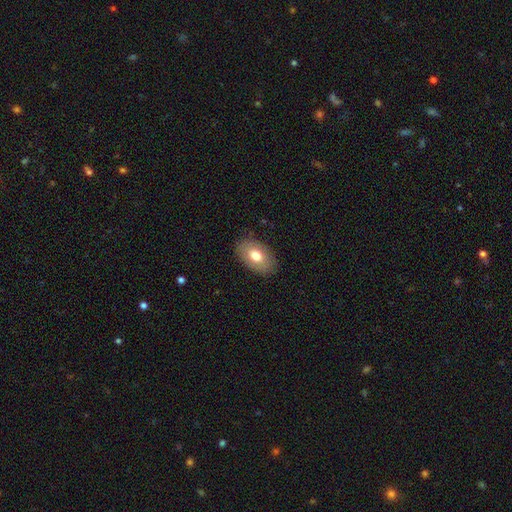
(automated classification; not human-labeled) Morphology: type=smooth (73%); roundness=in between (90%); merging=none (85%).